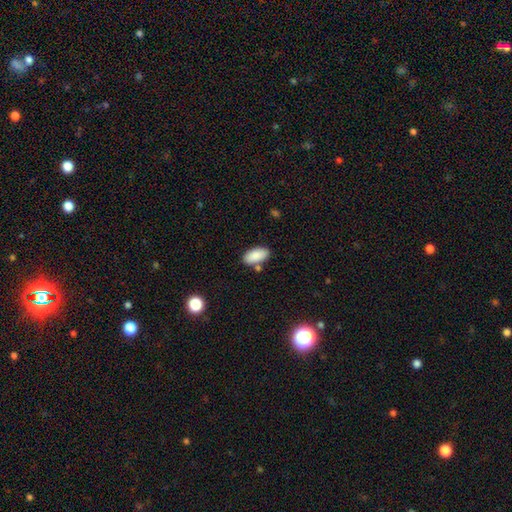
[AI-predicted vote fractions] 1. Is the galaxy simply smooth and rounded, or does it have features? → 88% smooth, 7% star or artifact, 5% featured or disk.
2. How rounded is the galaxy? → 93% in between, 5% cigar-shaped, 2% round.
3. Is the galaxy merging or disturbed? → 77% none, 12% minor disturbance, 8% merger, 3% major disturbance.